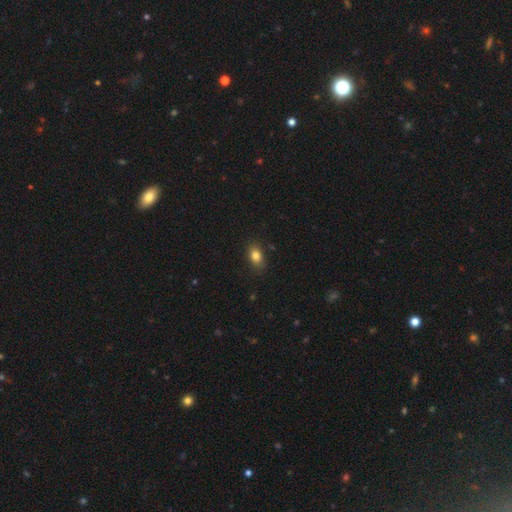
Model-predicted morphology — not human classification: smooth-or-featured: smooth: 83% | star or artifact: 10% | featured or disk: 7%
  how-rounded: in between: 80% | round: 18% | cigar-shaped: 2%
  merging: none: 83% | minor disturbance: 13% | major disturbance: 3% | merger: 1%